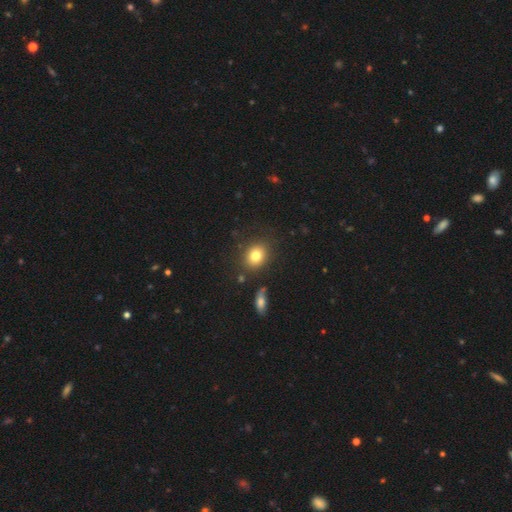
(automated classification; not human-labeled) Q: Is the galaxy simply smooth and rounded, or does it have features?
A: smooth — 81%.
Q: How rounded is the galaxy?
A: round — 56%.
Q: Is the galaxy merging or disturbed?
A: none — 82%.